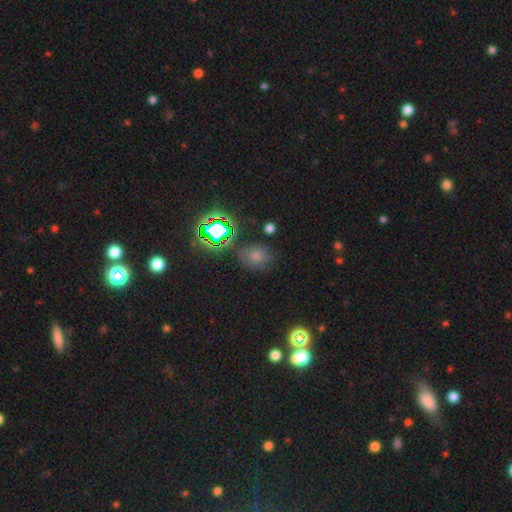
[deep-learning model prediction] smooth 59%, star or artifact 31%, featured or disk 11%. Down the decision tree: how rounded — in between (50%); merging — none (73%).